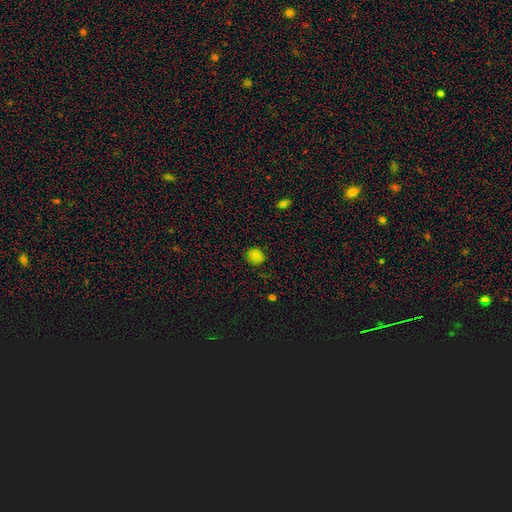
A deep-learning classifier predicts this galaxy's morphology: A smooth galaxy with no disk features (79%) that is round (78%).

Vote fractions:
- Smooth or featured? smooth: 79% / star or artifact: 16% / featured or disk: 4%
- How rounded? round: 78% / in between: 21% / cigar-shaped: 1%
- Merging? none: 82% / minor disturbance: 14% / major disturbance: 3% / merger: 1%